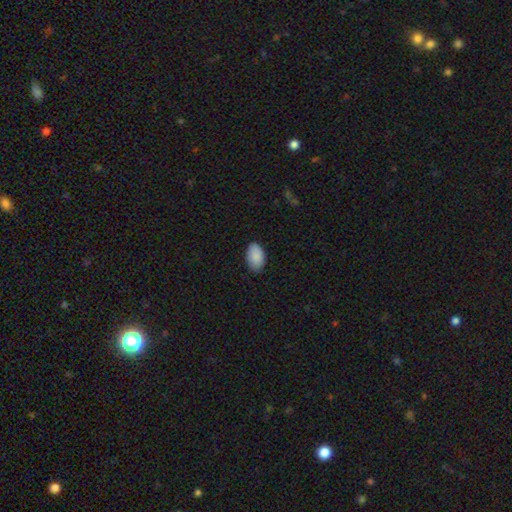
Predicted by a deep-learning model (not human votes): smooth-or-featured: smooth: 90% | star or artifact: 6% | featured or disk: 4%
  how-rounded: in between: 94% | round: 5% | cigar-shaped: 1%
  merging: none: 82% | minor disturbance: 15% | major disturbance: 2% | merger: 1%